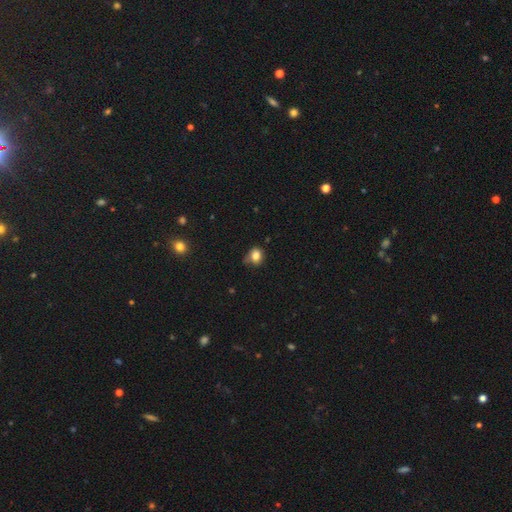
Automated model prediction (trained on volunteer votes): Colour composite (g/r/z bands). It shows a smooth galaxy with no disk features (80%) that is round (57%). Merging: none (52%).